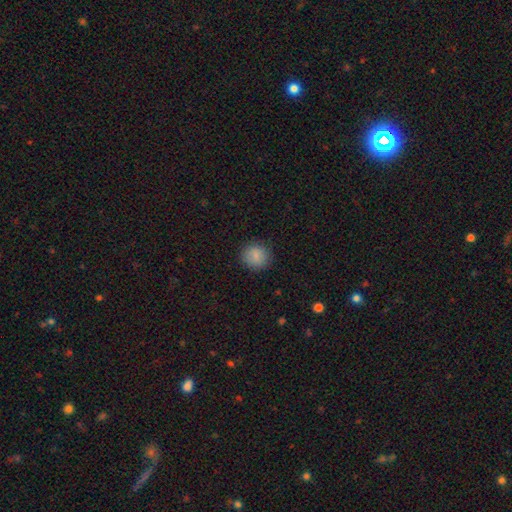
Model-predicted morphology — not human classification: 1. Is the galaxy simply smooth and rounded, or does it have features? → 86% smooth, 9% star or artifact, 6% featured or disk.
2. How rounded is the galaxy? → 87% round, 12% in between, 1% cigar-shaped.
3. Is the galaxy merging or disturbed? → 87% none, 9% minor disturbance, 3% major disturbance, 1% merger.